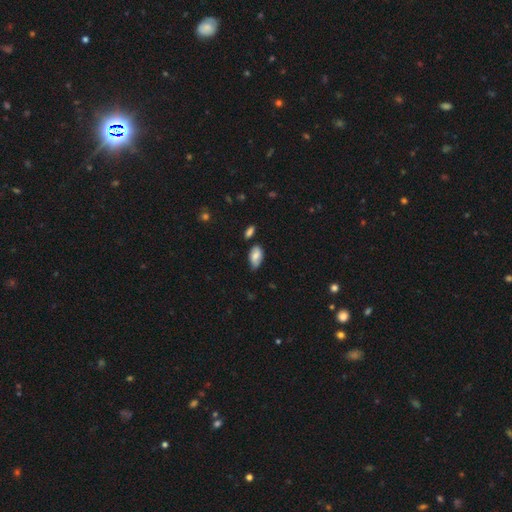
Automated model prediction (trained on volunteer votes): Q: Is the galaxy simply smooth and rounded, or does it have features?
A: smooth — 76%.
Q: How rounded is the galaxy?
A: in between — 93%.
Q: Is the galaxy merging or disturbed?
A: none — 54%.